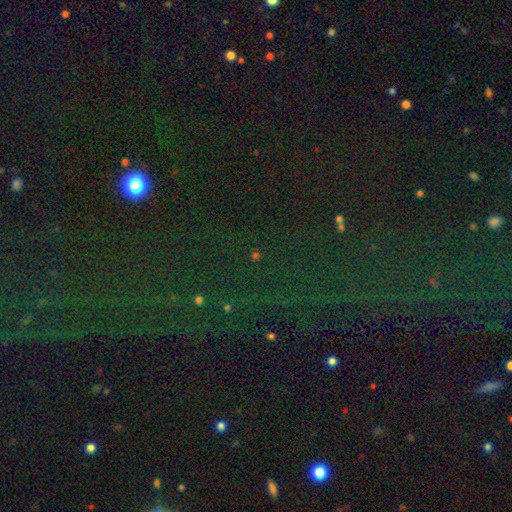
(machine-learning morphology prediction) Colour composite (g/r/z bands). It shows a star or artifact, not a galaxy (70%).